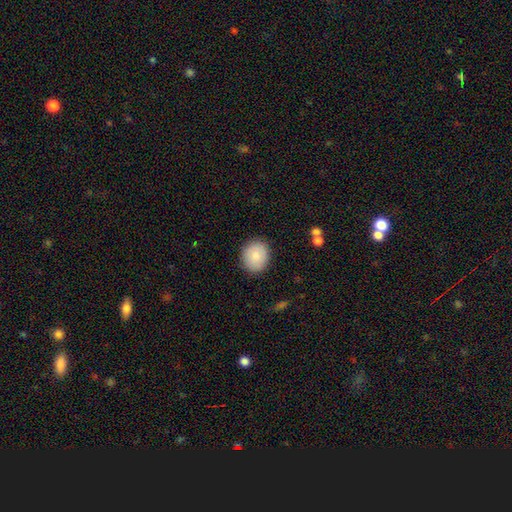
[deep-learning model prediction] Smooth or featured? Predicted: smooth (p=0.86). How rounded? Predicted: round (p=0.64). Merging? Predicted: none (p=0.87).